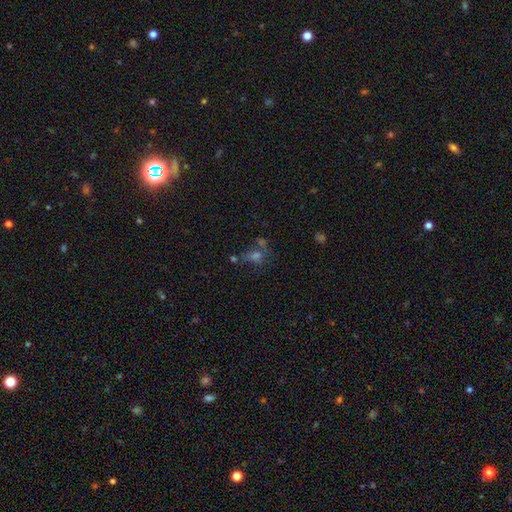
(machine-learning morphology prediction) Q: Smooth or featured?
A: smooth (41%); runner-up: star or artifact (40%)
Q: Merging?
A: none (44%); runner-up: merger (28%)